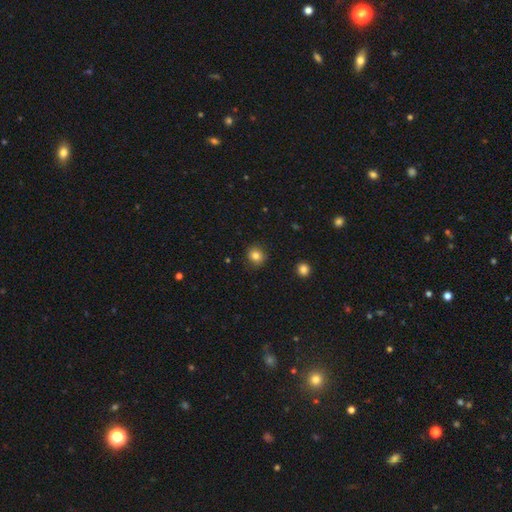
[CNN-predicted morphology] Overall: smooth (82%). How rounded: round (85%). Merging: none (88%).